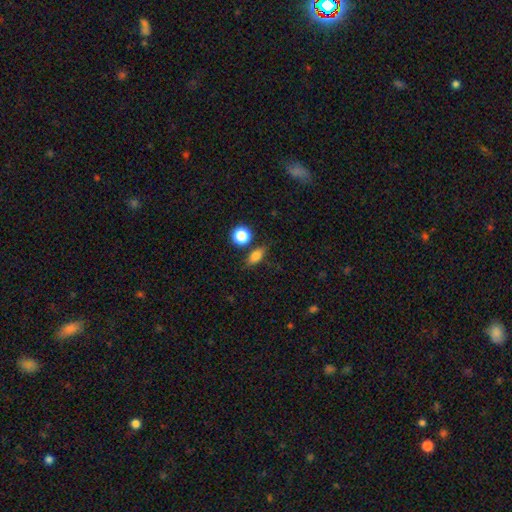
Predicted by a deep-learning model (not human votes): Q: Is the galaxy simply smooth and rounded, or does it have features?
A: smooth — 79%.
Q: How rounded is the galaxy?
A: in between — 68%.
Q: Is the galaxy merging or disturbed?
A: none — 77%.